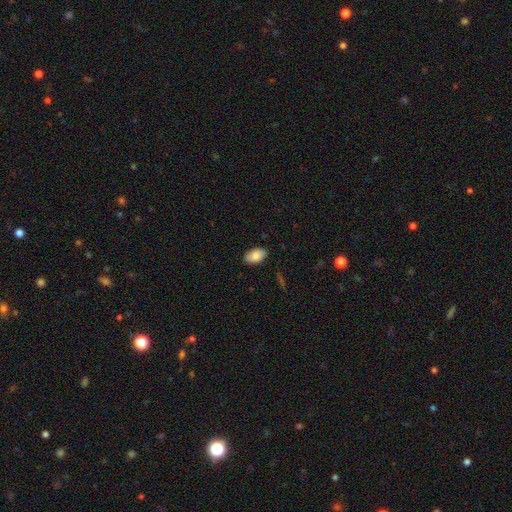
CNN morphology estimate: smooth-or-featured: smooth: 82% | featured or disk: 11% | star or artifact: 7%
  how-rounded: in between: 94% | round: 5% | cigar-shaped: 1%
  merging: none: 85% | minor disturbance: 12% | major disturbance: 2% | merger: 1%